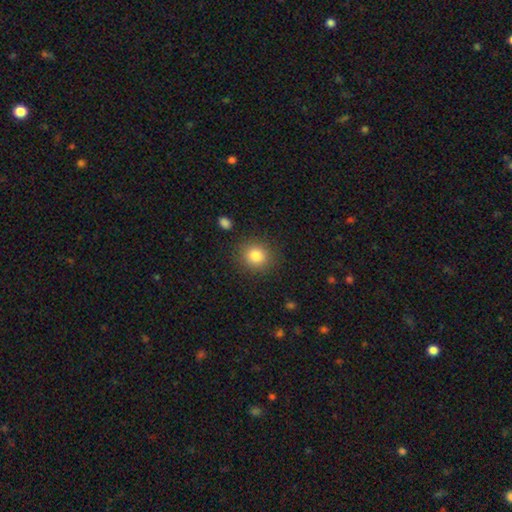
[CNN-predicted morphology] This appears to be a smooth galaxy with no disk features (84%) that is round (86%). Merging: none (87%).